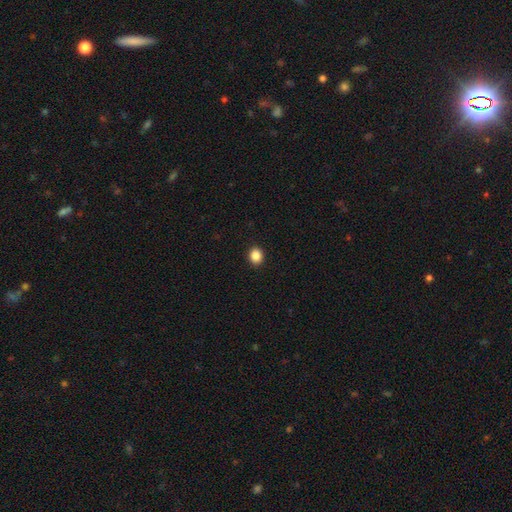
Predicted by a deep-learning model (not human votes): This is clearly a smooth galaxy (87%). How rounded: likely round (69%). Merging: clearly none (92%).